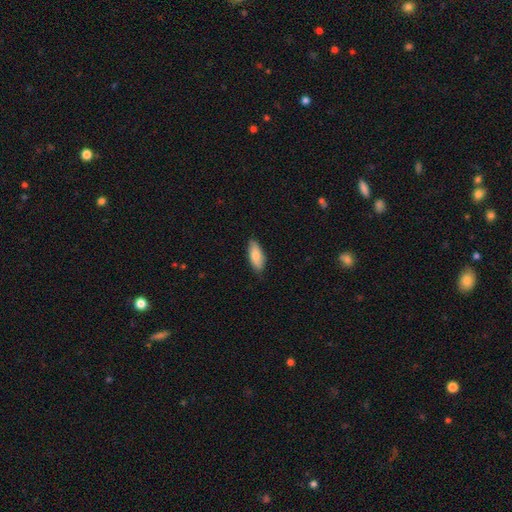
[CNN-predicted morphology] A smooth galaxy with no disk features (82%) that is in between round and cigar-shaped (79%). Merging: none (84%).